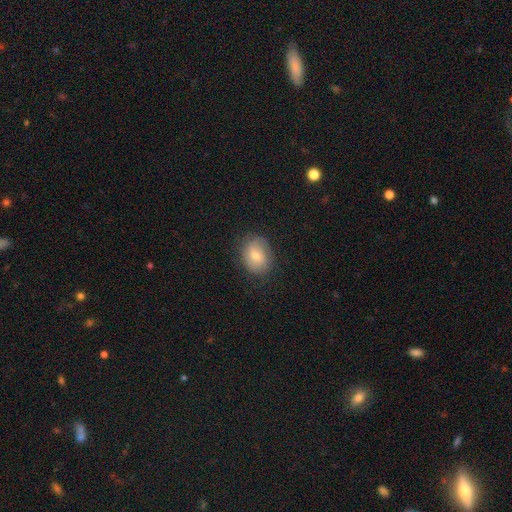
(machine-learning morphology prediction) A smooth galaxy with no disk features (70%) that is in between round and cigar-shaped (58%). Merging: none (77%).